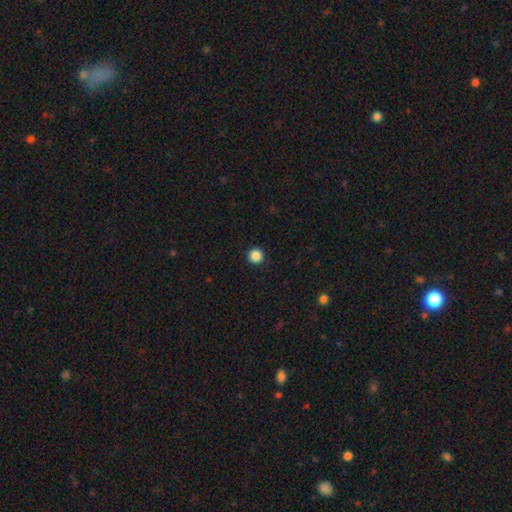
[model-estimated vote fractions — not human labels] Q: Smooth or featured?
A: smooth (87%); runner-up: star or artifact (11%)
Q: How rounded?
A: round (96%); runner-up: in between (3%)
Q: Merging?
A: none (93%); runner-up: minor disturbance (4%)